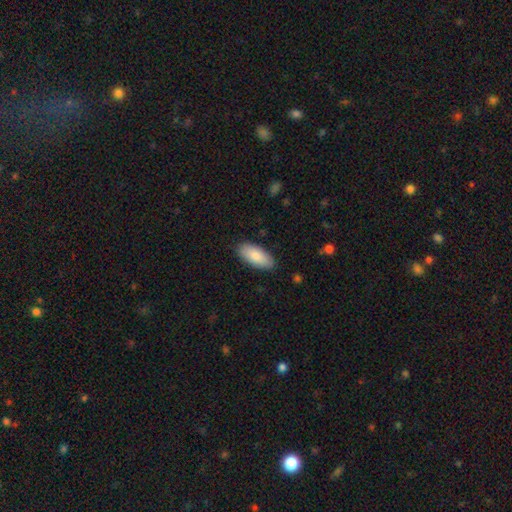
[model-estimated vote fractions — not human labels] Smooth or featured?
  - smooth: 87% *
  - featured or disk: 8%
  - star or artifact: 5%
How rounded?
  - in between: 89% *
  - cigar-shaped: 10%
  - round: 2%
Merging?
  - none: 88% *
  - minor disturbance: 9%
  - major disturbance: 2%
  - merger: 1%